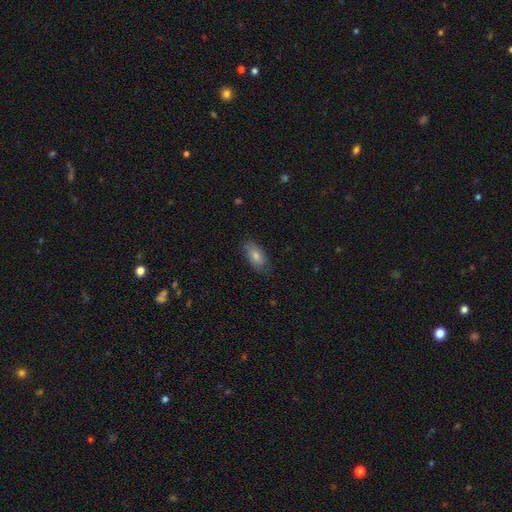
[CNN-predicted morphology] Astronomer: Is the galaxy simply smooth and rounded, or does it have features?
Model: smooth — 62%.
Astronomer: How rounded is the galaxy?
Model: in between — 86%.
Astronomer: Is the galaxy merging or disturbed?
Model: none — 79%.